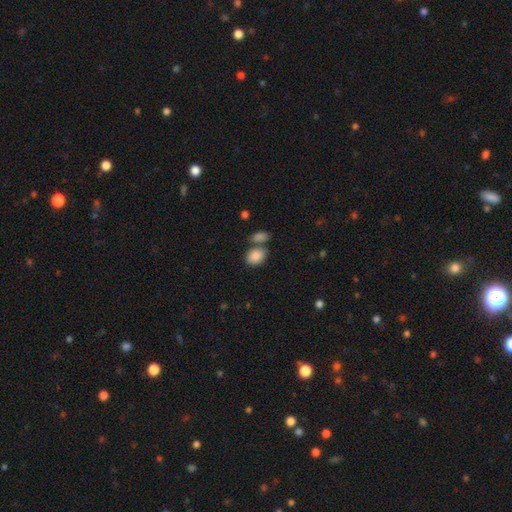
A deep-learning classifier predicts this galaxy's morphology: This is clearly a smooth galaxy (87%). How rounded: likely in between (74%). Merging: possibly none (50%).